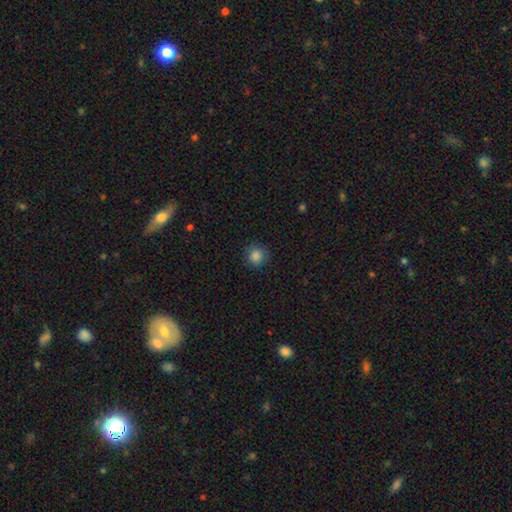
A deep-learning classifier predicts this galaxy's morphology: Overall: smooth (85%). How rounded: round (92%). Merging: none (87%).